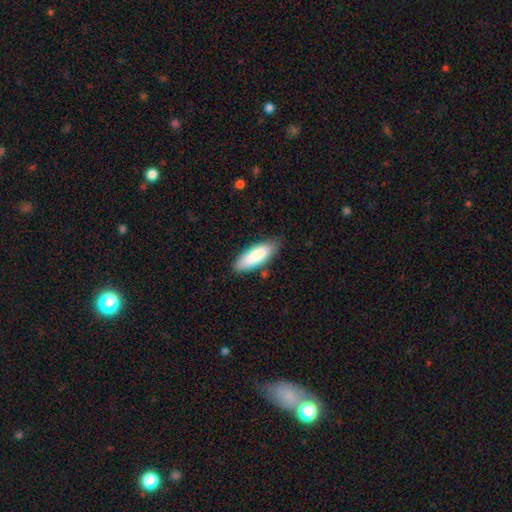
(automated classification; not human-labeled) A smooth galaxy with no disk features (86%) that is in between round and cigar-shaped (62%). Merging: none (81%).